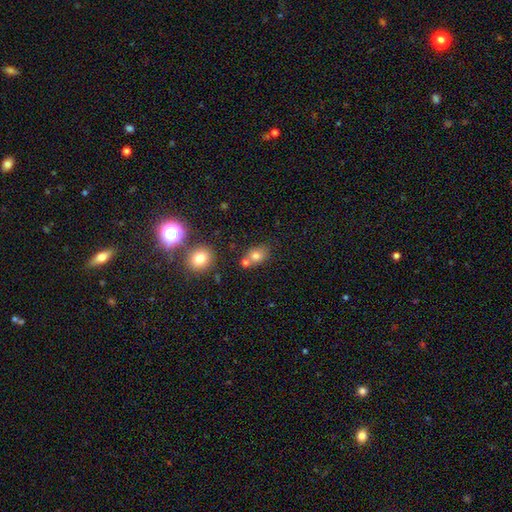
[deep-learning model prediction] Smooth or featured: smooth — 74% (featured or disk — 13%)
How rounded: in between — 57% (round — 42%)
Merging: none — 54% (merger — 30%)